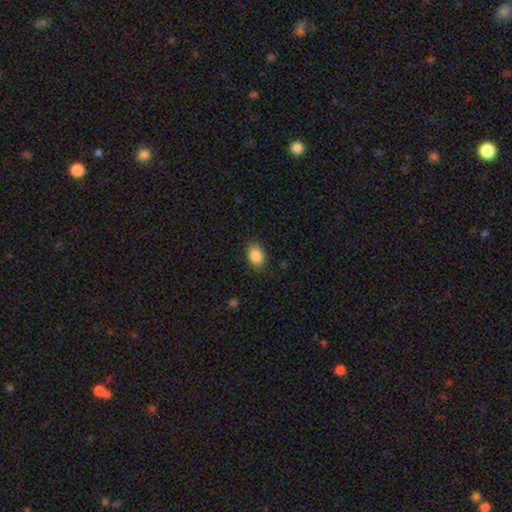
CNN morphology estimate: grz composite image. It shows a smooth galaxy with no disk features (88%) that is in between round and cigar-shaped (82%). Merging: none (84%).